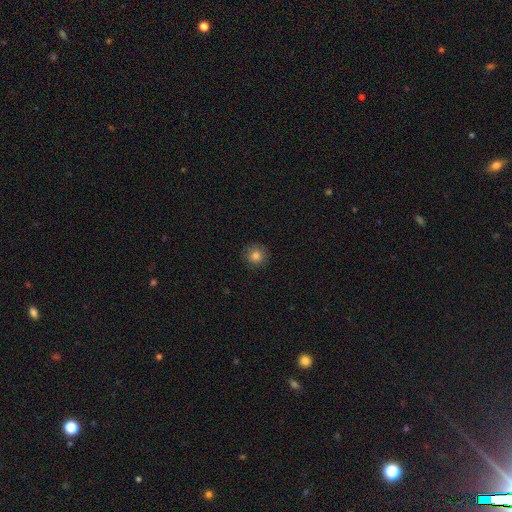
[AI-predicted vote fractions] Smooth or featured? Predicted: smooth (p=0.83). How rounded? Predicted: round (p=0.94). Merging? Predicted: none (p=0.89).